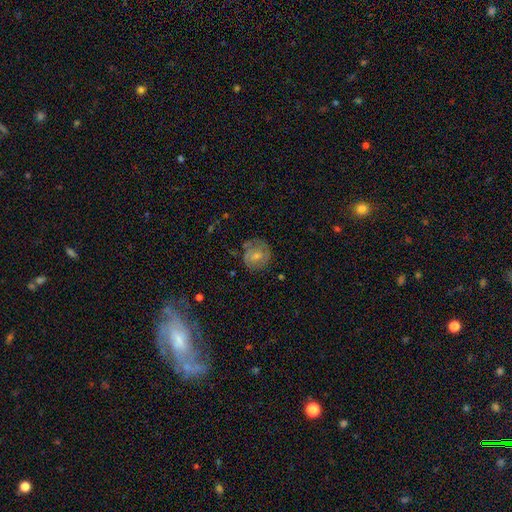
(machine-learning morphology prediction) type=smooth (48%); merging=none (66%).